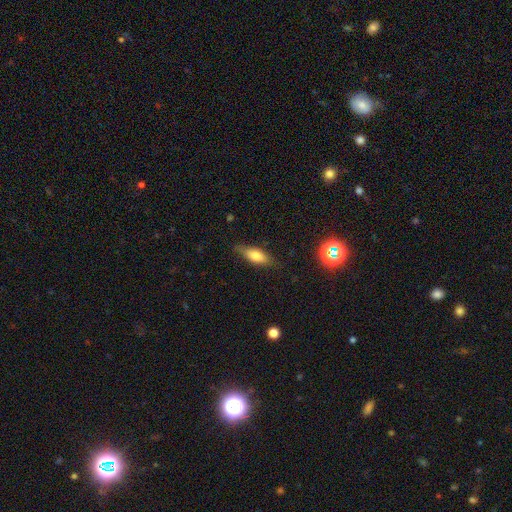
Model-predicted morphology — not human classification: Overall: smooth (67%). How rounded: in between (63%; cigar-shaped 34%). Merging: none (76%).